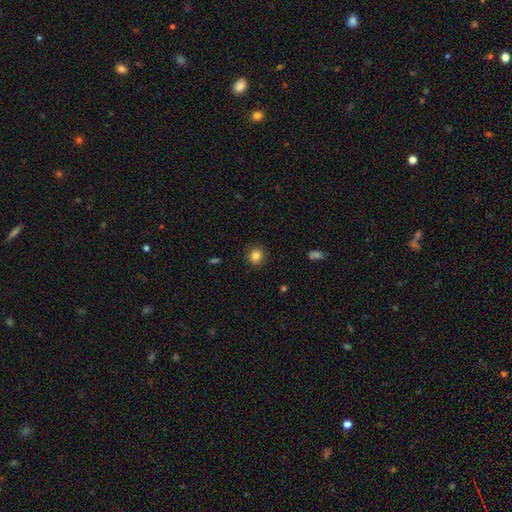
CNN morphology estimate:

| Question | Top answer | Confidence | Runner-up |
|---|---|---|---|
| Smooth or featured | smooth | 83% | star or artifact (11%) |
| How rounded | round | 86% | in between (13%) |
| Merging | none | 90% | minor disturbance (7%) |